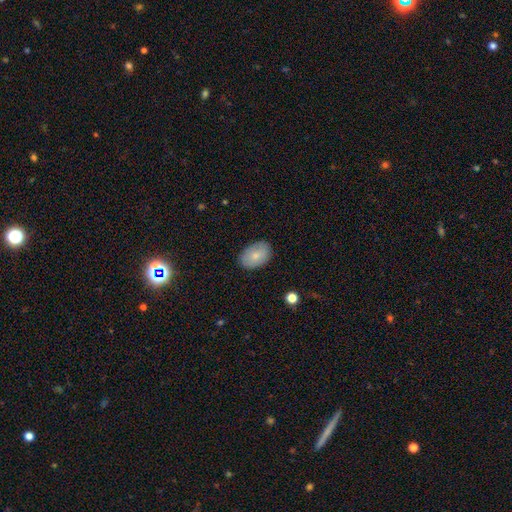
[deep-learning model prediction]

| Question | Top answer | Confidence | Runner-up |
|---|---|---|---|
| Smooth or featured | smooth | 78% | featured or disk (16%) |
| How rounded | in between | 87% | round (11%) |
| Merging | none | 84% | minor disturbance (12%) |